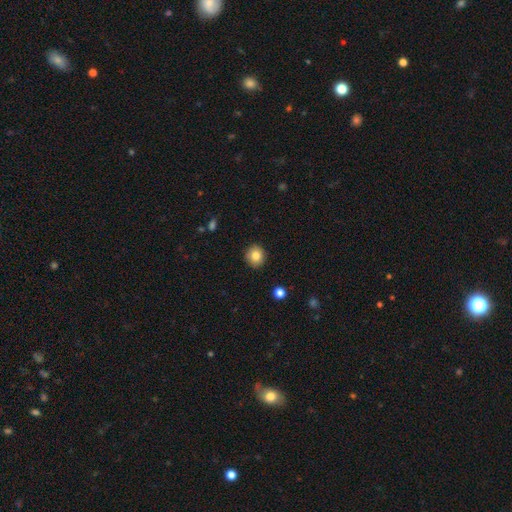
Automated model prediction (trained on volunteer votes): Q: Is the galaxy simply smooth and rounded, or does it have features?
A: smooth — 83%.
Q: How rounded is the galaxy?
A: round — 83%.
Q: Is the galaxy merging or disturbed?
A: none — 90%.